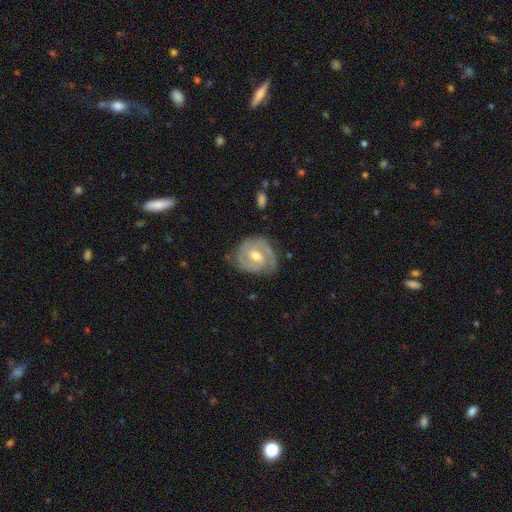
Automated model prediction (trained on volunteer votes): smooth_or_featured: featured or disk (p=0.83) [alt: smooth p=0.13]
disk_edge_on: no (p=0.97) [alt: yes p=0.03]
bar: weak (p=0.52) [alt: no p=0.35]
has_spiral_arms: yes (p=0.94) [alt: no p=0.06]
spiral_winding: tight (p=0.54) [alt: medium p=0.37]
spiral_arm_count: 2 (p=0.59) [alt: can't tell p=0.16]
bulge_size: moderate (p=0.69) [alt: small p=0.26]
merging: none (p=0.70) [alt: minor disturbance p=0.21]